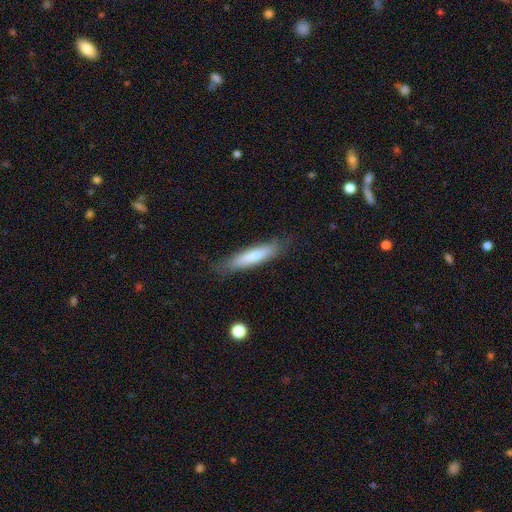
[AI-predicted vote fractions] smooth-or-featured: smooth: 66% | featured or disk: 28% | star or artifact: 6%
  how-rounded: cigar-shaped: 80% | in between: 18% | round: 1%
  merging: none: 79% | minor disturbance: 16% | major disturbance: 4% | merger: 1%